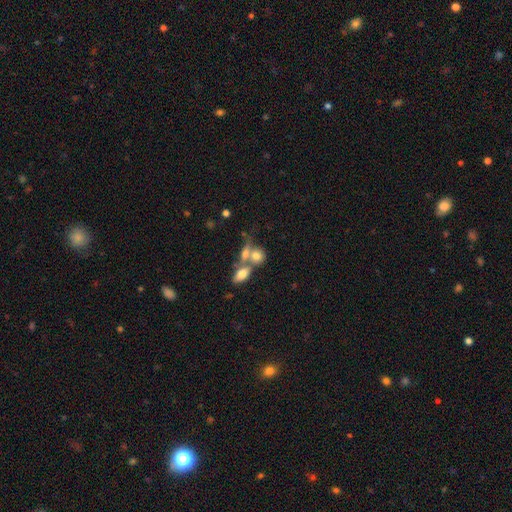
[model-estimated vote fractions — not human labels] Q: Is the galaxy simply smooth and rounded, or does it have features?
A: smooth — 68%.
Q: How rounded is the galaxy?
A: in between — 50%.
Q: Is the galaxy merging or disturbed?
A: merger — 55%.